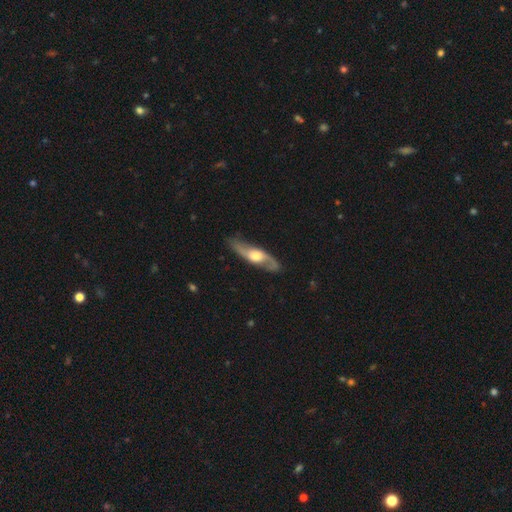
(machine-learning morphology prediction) Smooth or featured: featured or disk — 74% (smooth — 21%)
Edge-on disk: no — 67% (yes — 33%)
Merging: none — 80% (minor disturbance — 14%)